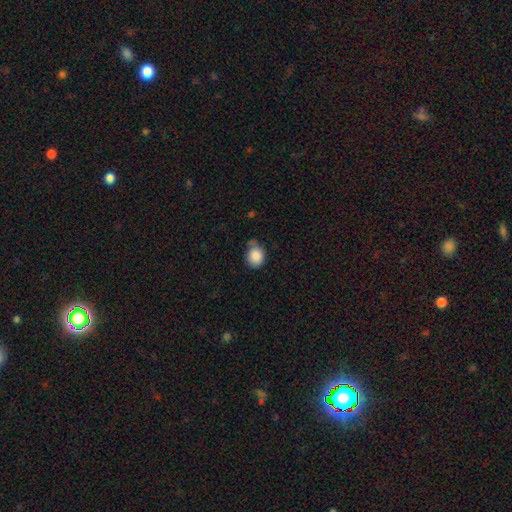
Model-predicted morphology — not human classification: This is clearly a smooth galaxy (86%). How rounded: possibly round (59%). Merging: possibly none (54%).